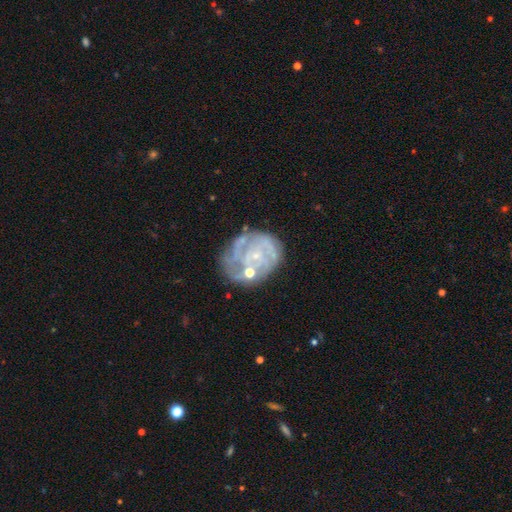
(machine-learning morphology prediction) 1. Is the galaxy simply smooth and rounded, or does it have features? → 75% featured or disk, 15% smooth, 9% star or artifact.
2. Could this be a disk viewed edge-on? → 98% no, 2% yes.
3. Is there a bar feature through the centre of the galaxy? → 74% no, 21% weak, 5% strong.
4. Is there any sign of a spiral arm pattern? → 73% yes, 27% no.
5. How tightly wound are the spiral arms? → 62% tight, 27% medium, 11% loose.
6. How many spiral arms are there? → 45% can't tell, 16% 3, 15% 2, 12% 4, 6% more than 4, 6% 1.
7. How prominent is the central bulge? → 73% small, 15% moderate, 9% none, 1% large, 1% dominant.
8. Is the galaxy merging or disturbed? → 58% none, 21% minor disturbance, 14% major disturbance, 8% merger.